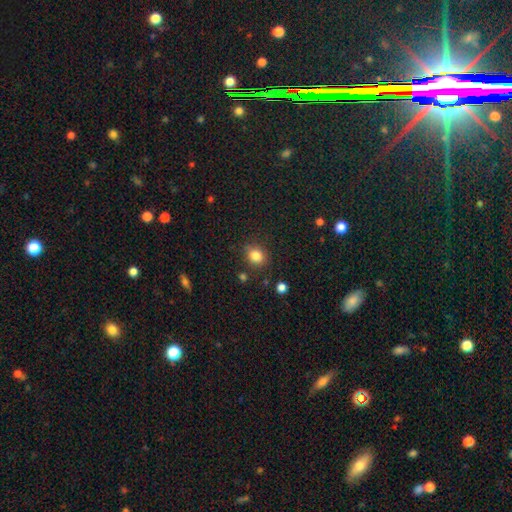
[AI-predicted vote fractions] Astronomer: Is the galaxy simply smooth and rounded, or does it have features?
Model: smooth — 83%.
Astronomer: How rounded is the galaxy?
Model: round — 71%.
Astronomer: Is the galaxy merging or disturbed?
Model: none — 81%.